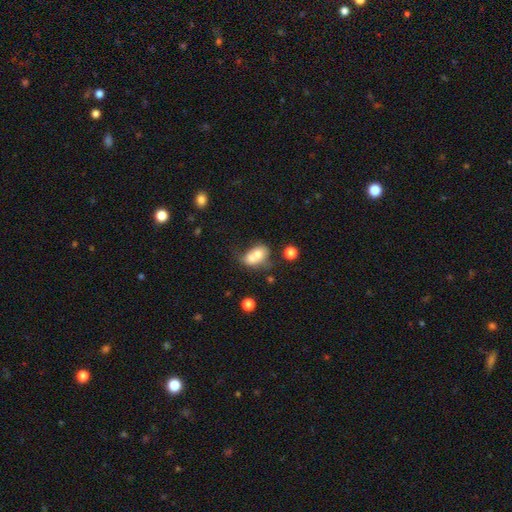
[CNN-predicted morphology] type=smooth (67%); roundness=in between (60%); merging=merger (64%).